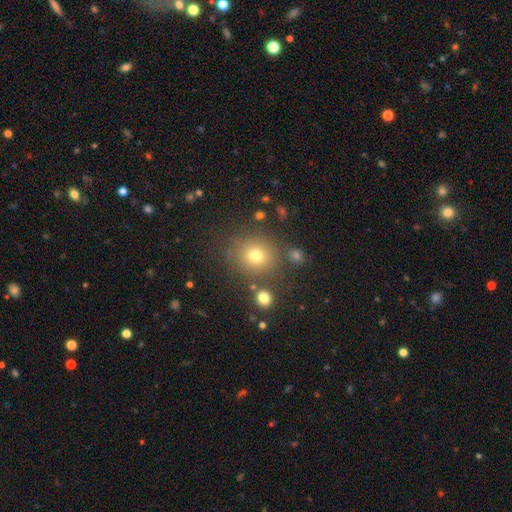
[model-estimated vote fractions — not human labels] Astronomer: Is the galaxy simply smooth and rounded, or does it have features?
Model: smooth — 73%.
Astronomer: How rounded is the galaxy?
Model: round — 87%.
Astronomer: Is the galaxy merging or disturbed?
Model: none — 81%.